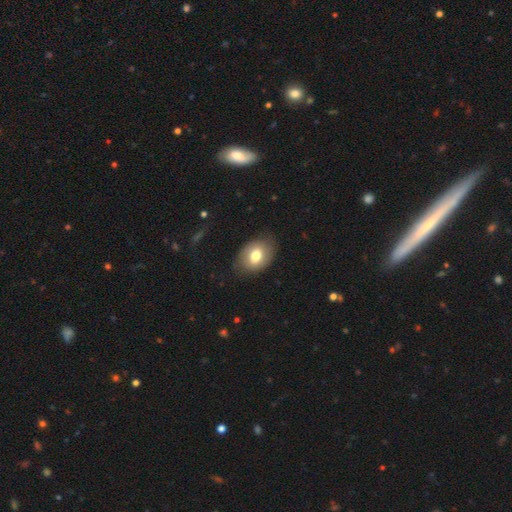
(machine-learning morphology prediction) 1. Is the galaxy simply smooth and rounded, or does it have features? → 70% smooth, 22% featured or disk, 8% star or artifact.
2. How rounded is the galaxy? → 72% in between, 27% round, 1% cigar-shaped.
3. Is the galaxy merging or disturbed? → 76% none, 18% minor disturbance, 5% major disturbance, 1% merger.